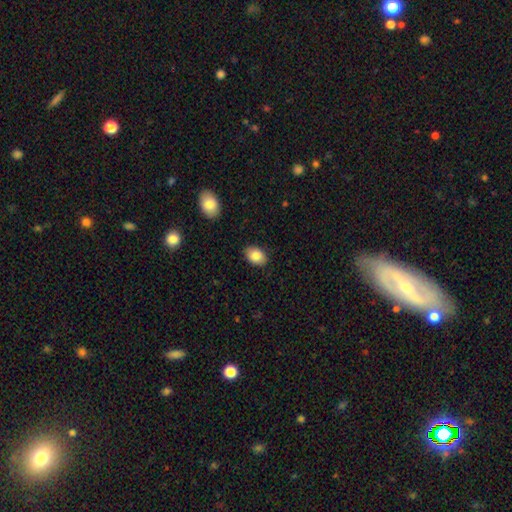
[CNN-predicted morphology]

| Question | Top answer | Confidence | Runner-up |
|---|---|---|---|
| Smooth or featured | smooth | 85% | featured or disk (8%) |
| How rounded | in between | 84% | round (15%) |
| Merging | none | 87% | minor disturbance (9%) |